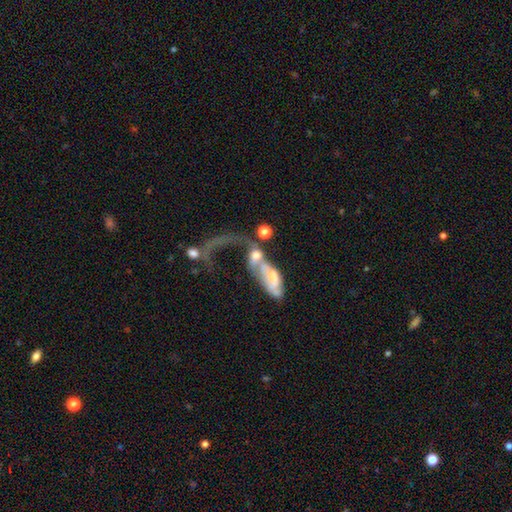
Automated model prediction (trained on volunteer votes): Smooth or featured? Predicted: featured or disk (p=0.52). Edge-on disk? Predicted: no (p=0.90). Merging? Predicted: merger (p=0.63).